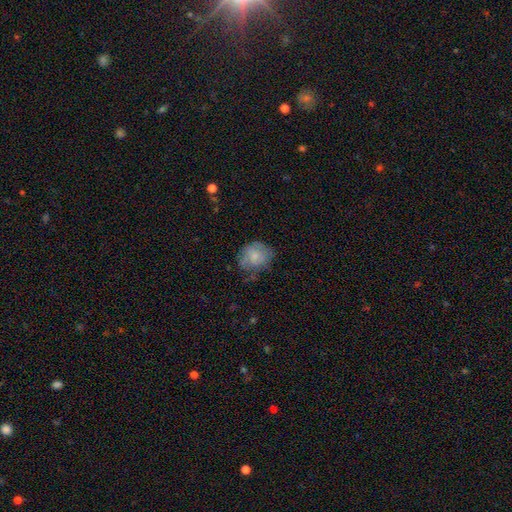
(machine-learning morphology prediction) smooth-or-featured: smooth: 75% | featured or disk: 18% | star or artifact: 7%
  how-rounded: round: 70% | in between: 29% | cigar-shaped: 1%
  merging: none: 57% | minor disturbance: 30% | major disturbance: 11% | merger: 2%